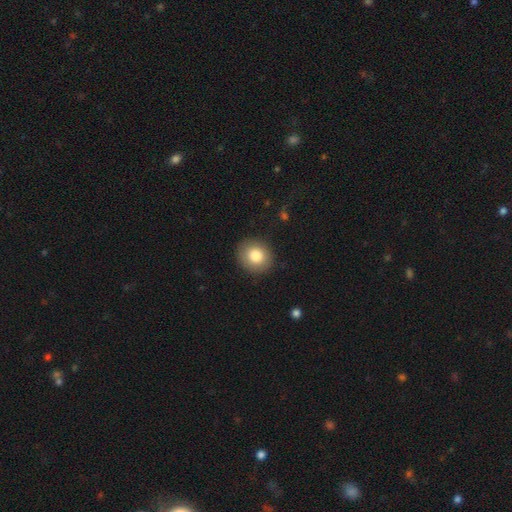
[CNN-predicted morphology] Q: Smooth or featured?
A: smooth (82%); runner-up: featured or disk (10%)
Q: How rounded?
A: round (82%); runner-up: in between (17%)
Q: Merging?
A: none (89%); runner-up: minor disturbance (7%)